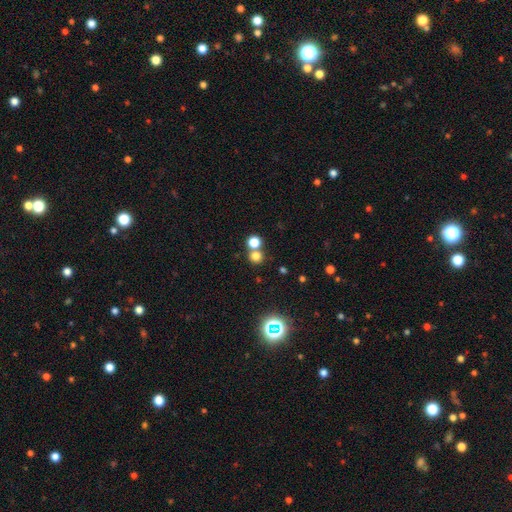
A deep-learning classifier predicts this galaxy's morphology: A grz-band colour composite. It shows a smooth galaxy with no disk features (73%) that is round (90%). Merging: none (62%).